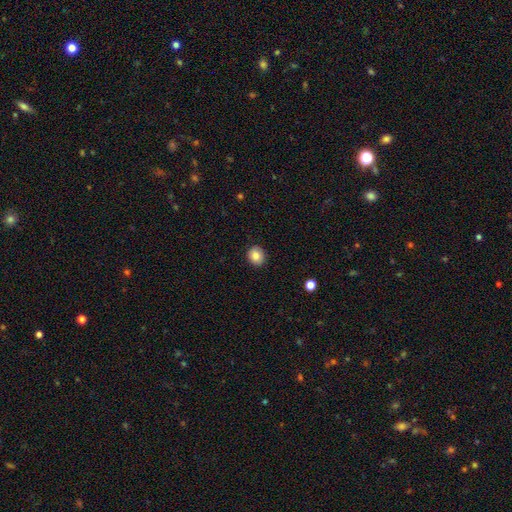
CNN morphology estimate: A smooth galaxy with no disk features (84%) that is round (75%). Merging: none (91%).